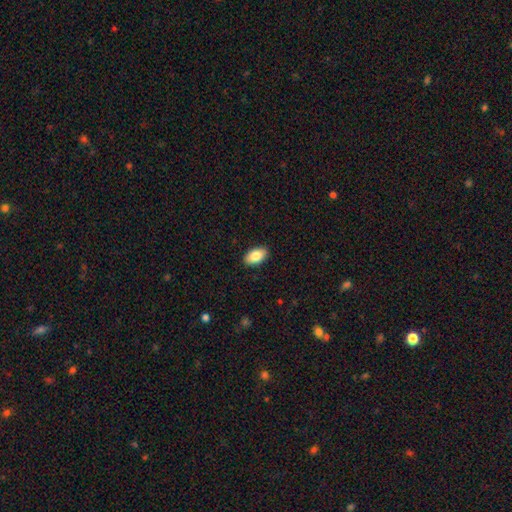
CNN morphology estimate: Q: Smooth or featured?
A: smooth (84%); runner-up: featured or disk (9%)
Q: How rounded?
A: in between (94%); runner-up: round (4%)
Q: Merging?
A: none (90%); runner-up: minor disturbance (8%)